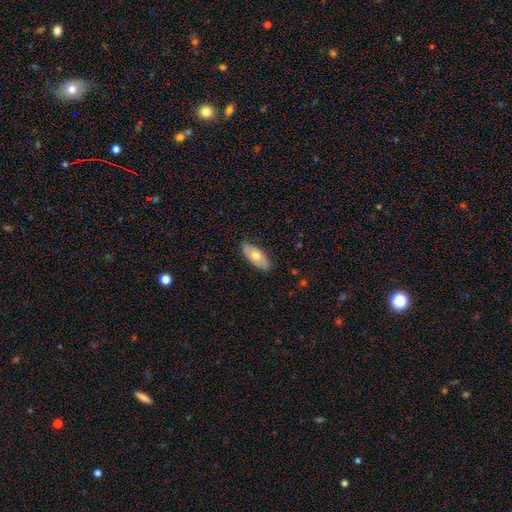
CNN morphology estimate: A smooth galaxy with no disk features (62%) that is in between round and cigar-shaped (86%). Merging: none (84%).